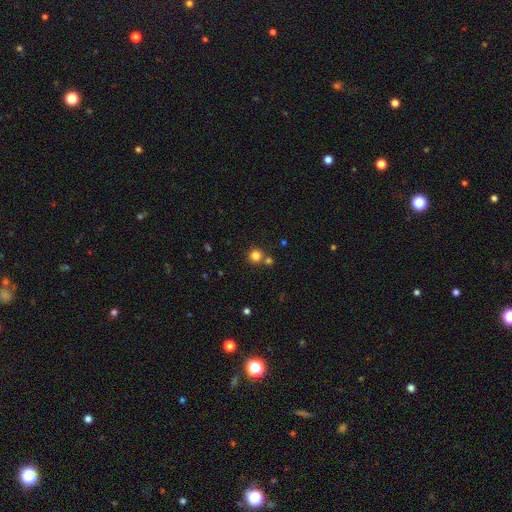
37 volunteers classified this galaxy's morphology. This appears to be a smooth galaxy with no disk features (92%) that is round (97%). Merging: none (61%).